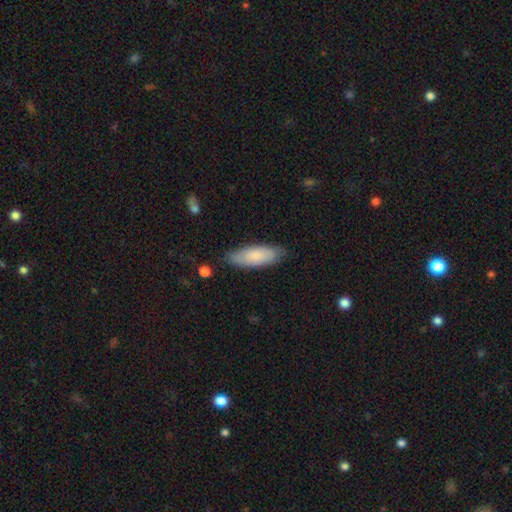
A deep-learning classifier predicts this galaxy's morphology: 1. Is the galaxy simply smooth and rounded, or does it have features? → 82% smooth, 13% featured or disk, 5% star or artifact.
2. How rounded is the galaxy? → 67% in between, 32% cigar-shaped, 2% round.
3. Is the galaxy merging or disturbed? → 81% none, 15% minor disturbance, 3% major disturbance, 1% merger.